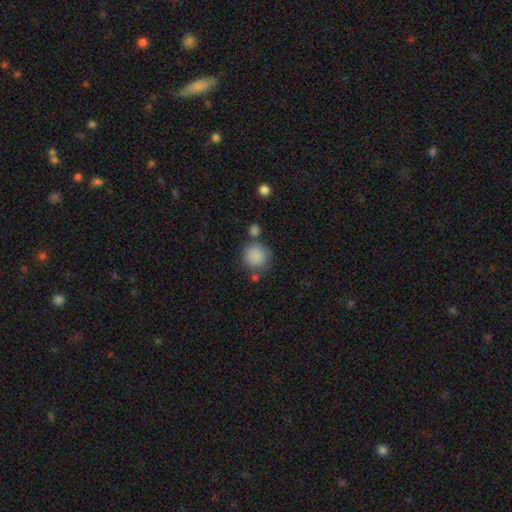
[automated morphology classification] A smooth galaxy with no disk features (86%) that is round (90%). Merging: none (69%).